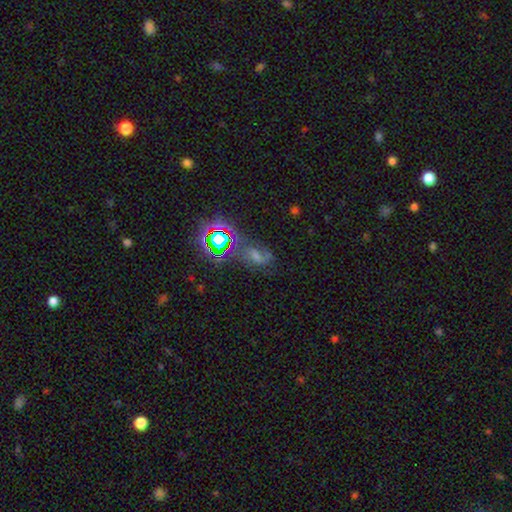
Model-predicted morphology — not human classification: Overall: star or artifact (40%; smooth 31%).